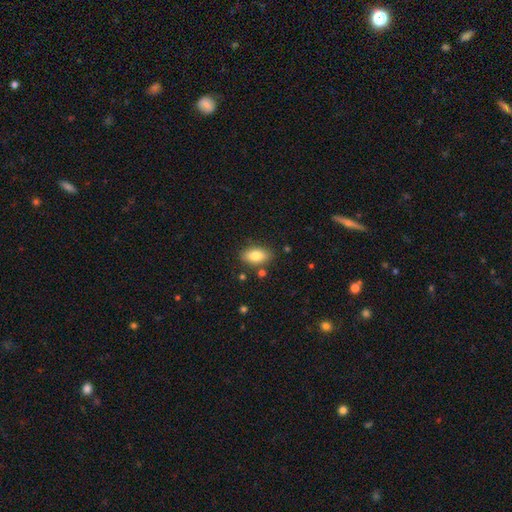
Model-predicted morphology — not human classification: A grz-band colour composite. It shows a smooth galaxy with no disk features (83%) that is in between round and cigar-shaped (91%). Merging: none (83%).